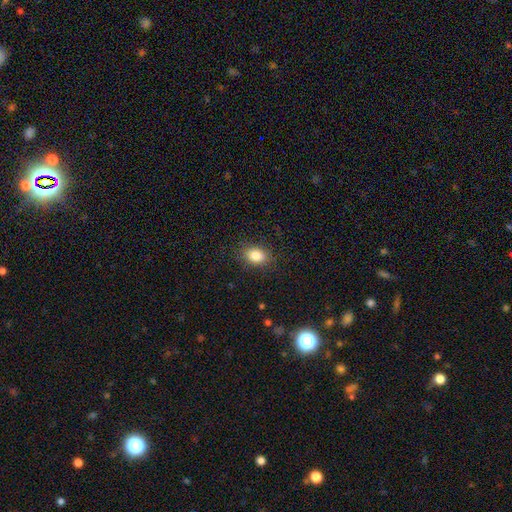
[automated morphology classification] smooth 84%, star or artifact 10%, featured or disk 6%. Down the decision tree: how rounded — in between (70%); merging — none (86%).